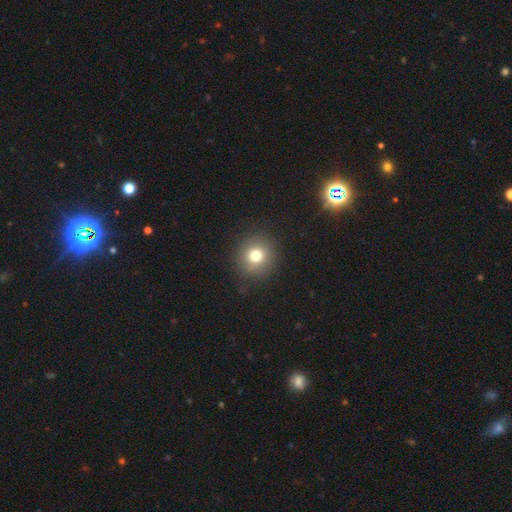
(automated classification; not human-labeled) Q: Smooth or featured?
A: smooth (75%); runner-up: star or artifact (14%)
Q: How rounded?
A: round (92%); runner-up: in between (7%)
Q: Merging?
A: none (89%); runner-up: minor disturbance (7%)